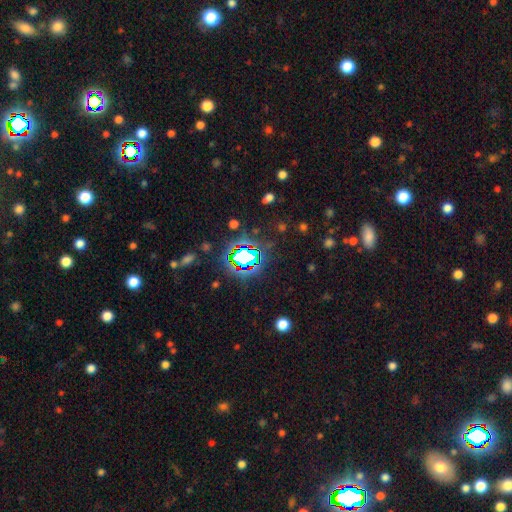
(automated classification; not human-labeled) The model was most divided on "smooth or featured": star or artifact: 76%, smooth: 14%, featured or disk: 9%.